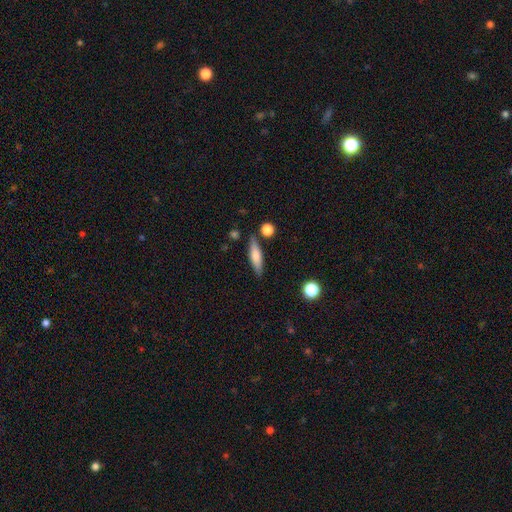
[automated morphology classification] This is likely a smooth galaxy (63%). How rounded: likely cigar-shaped (69%). Merging: clearly none (81%).